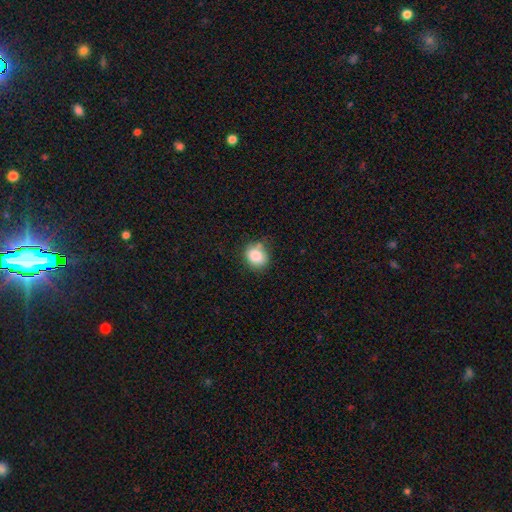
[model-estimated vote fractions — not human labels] This is clearly a smooth galaxy (85%). How rounded: likely round (64%). Merging: likely none (66%).